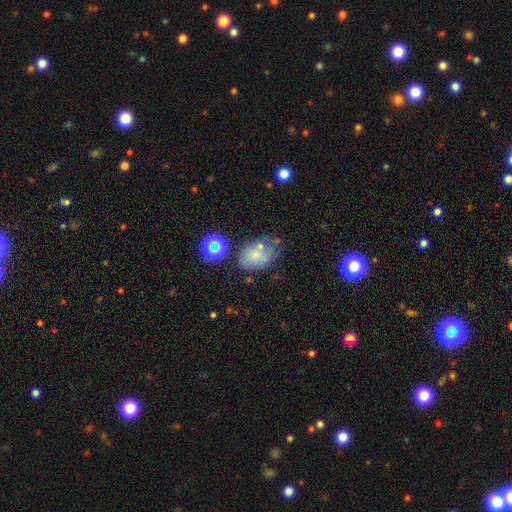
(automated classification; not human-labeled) smooth_or_featured: smooth (p=0.65) [alt: featured or disk p=0.20]
how_rounded: in between (p=0.79) [alt: round p=0.20]
merging: none (p=0.49) [alt: minor disturbance p=0.26]